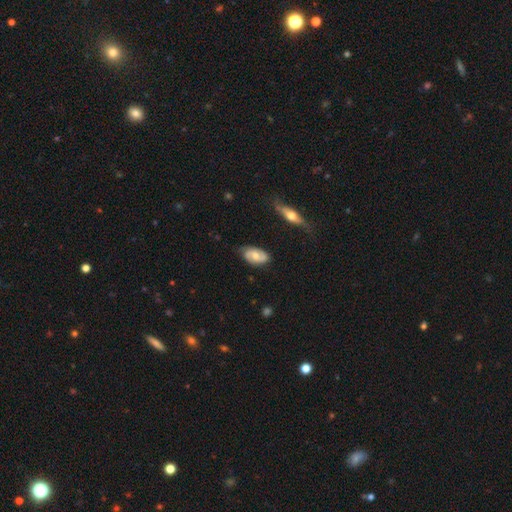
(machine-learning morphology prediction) type=featured or disk (60%); edge-on=no (92%); bar=no (57%); spiral arms=yes (84%); bulge=moderate (58%); merging=none (74%).